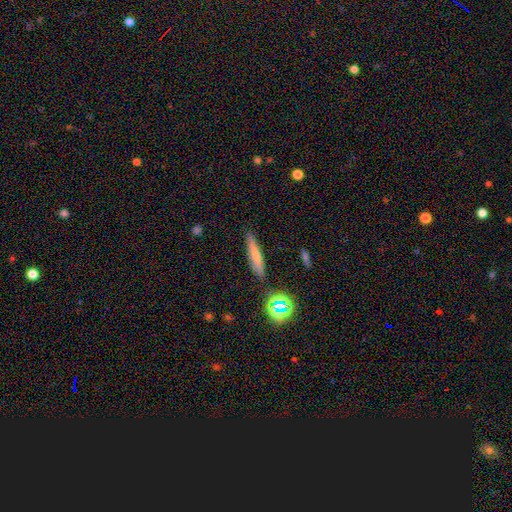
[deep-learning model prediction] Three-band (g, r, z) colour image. It shows a smooth galaxy with no disk features (65%) that is cigar-shaped (88%). Merging: none (84%).